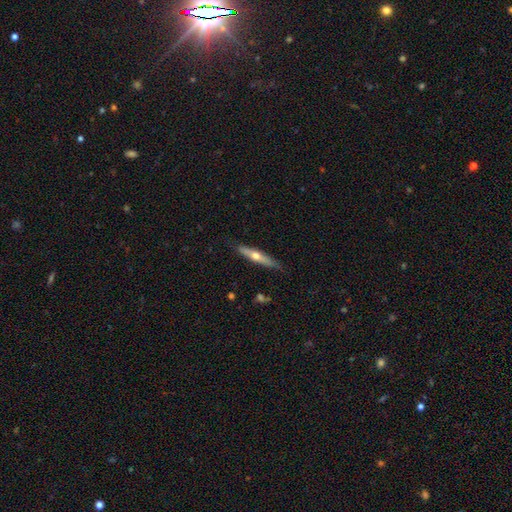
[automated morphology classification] smooth_or_featured: featured or disk (p=0.52) [alt: smooth p=0.42]
disk_edge_on: yes (p=0.90) [alt: no p=0.10]
merging: none (p=0.85) [alt: minor disturbance p=0.12]